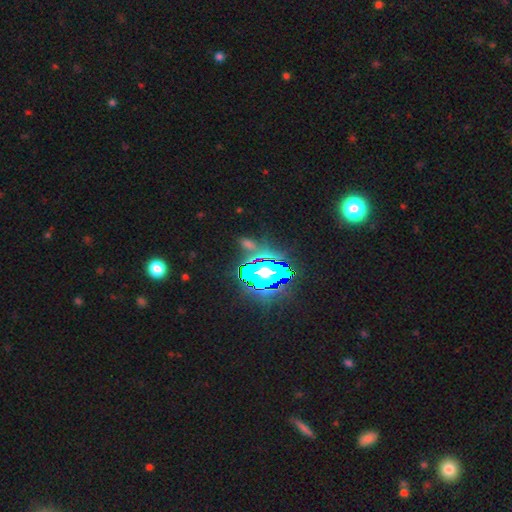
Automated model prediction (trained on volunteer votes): Smooth or featured?
  - star or artifact: 79% *
  - smooth: 13%
  - featured or disk: 9%